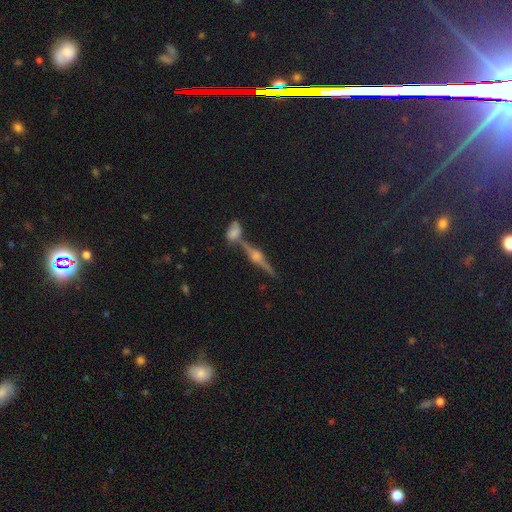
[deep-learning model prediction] smooth_or_featured: featured or disk (p=0.74) [alt: star or artifact p=0.14]
disk_edge_on: yes (p=0.95) [alt: no p=0.05]
edge_on_bulge: rounded (p=0.91) [alt: boxy p=0.05]
merging: none (p=0.69) [alt: merger p=0.17]